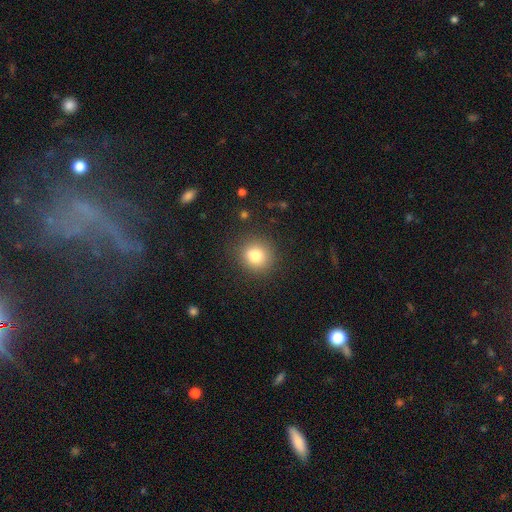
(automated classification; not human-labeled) smooth-or-featured: smooth: 81% | star or artifact: 11% | featured or disk: 8%
  how-rounded: round: 86% | in between: 13% | cigar-shaped: 1%
  merging: none: 85% | minor disturbance: 9% | major disturbance: 3% | merger: 2%